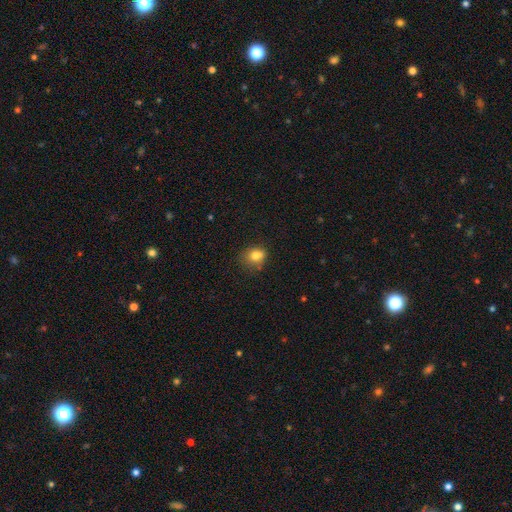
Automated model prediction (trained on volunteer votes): Smooth or featured? smooth (77%)
How rounded? round (61%)
Merging? none (57%)